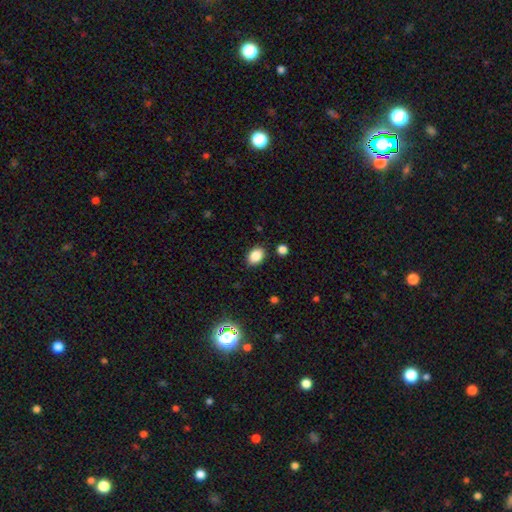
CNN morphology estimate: This is clearly a smooth galaxy (86%). How rounded: likely in between (74%). Merging: clearly none (86%).